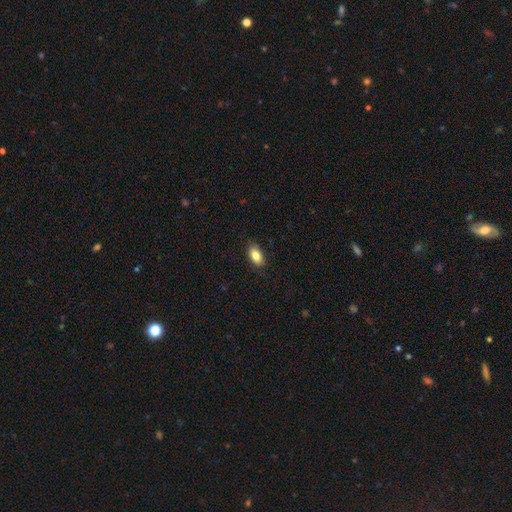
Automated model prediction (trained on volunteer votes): Smooth or featured? smooth (84%)
How rounded? in between (91%)
Merging? none (86%)